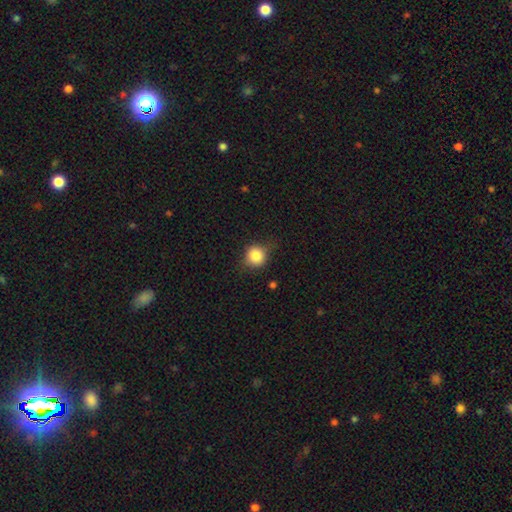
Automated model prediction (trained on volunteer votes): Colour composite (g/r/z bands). It shows a smooth galaxy with no disk features (83%) that is round (86%). Merging: none (72%).